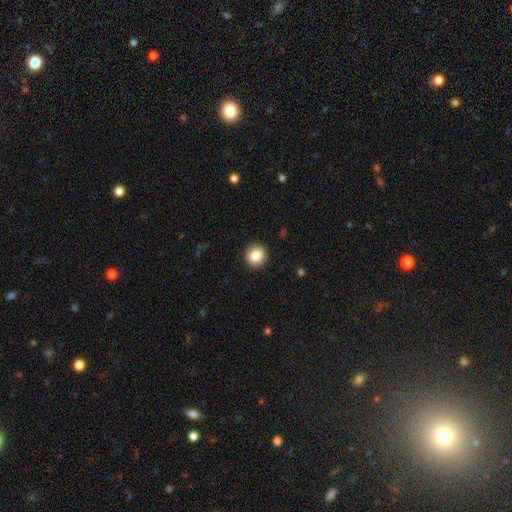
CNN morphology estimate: A smooth galaxy with no disk features (85%) that is round (89%).

Vote fractions:
- Smooth or featured? smooth: 85% / star or artifact: 9% / featured or disk: 6%
- How rounded? round: 89% / in between: 10% / cigar-shaped: 1%
- Merging? none: 92% / minor disturbance: 5% / major disturbance: 2% / merger: 1%